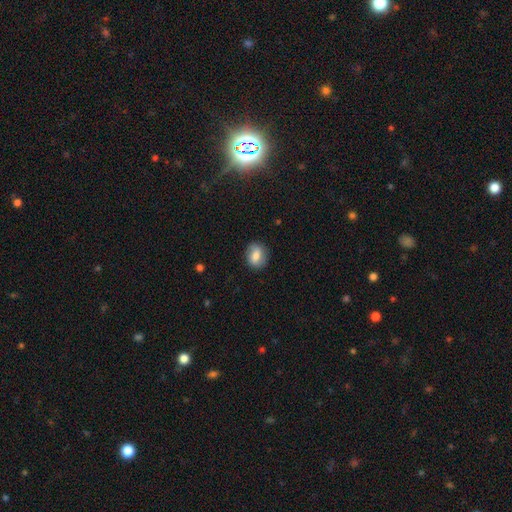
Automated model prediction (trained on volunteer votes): A smooth galaxy with no disk features (66%) that is round (51%).

Vote fractions:
- Smooth or featured? smooth: 66% / featured or disk: 26% / star or artifact: 8%
- How rounded? round: 51% / in between: 47% / cigar-shaped: 2%
- Merging? none: 83% / minor disturbance: 12% / major disturbance: 4% / merger: 1%